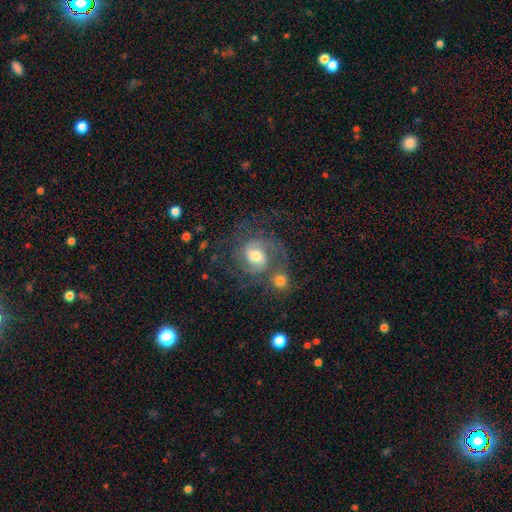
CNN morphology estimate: smooth-or-featured: featured or disk: 81% | smooth: 12% | star or artifact: 7%
  disk-edge-on: no: 98% | yes: 2%
    bar: weak: 46% | no: 41% | strong: 12%
    has-spiral-arms: yes: 95% | no: 5%
      spiral-winding: medium: 49% | tight: 34% | loose: 17%
      spiral-arm-count: 2: 61% | can't tell: 15% | 3: 11% | 1: 6% | 4: 3% | more than 4: 3%
    bulge-size: moderate: 67% | small: 19% | large: 11% | none: 2% | dominant: 1%
  merging: none: 52% | merger: 19% | minor disturbance: 15% | major disturbance: 14%